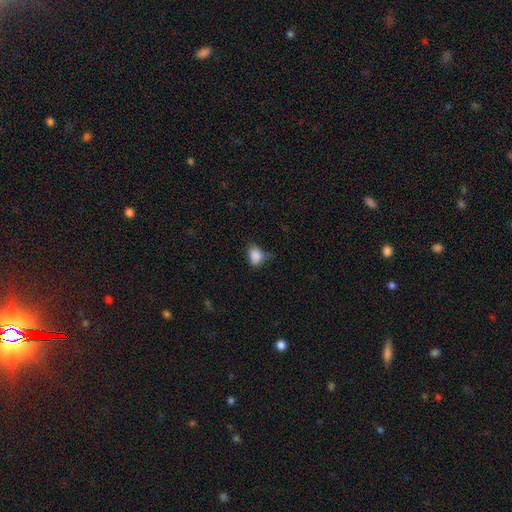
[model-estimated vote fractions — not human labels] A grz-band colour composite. It shows a smooth galaxy with no disk features (86%) that is in between round and cigar-shaped (68%). Merging: none (55%).